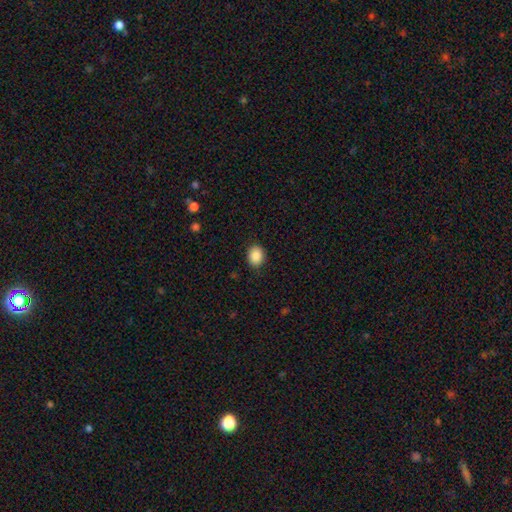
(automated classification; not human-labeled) Smooth or featured?
  - smooth: 87% *
  - star or artifact: 8%
  - featured or disk: 4%
How rounded?
  - round: 52% *
  - in between: 47%
  - cigar-shaped: 1%
Merging?
  - none: 88% *
  - minor disturbance: 9%
  - major disturbance: 2%
  - merger: 1%